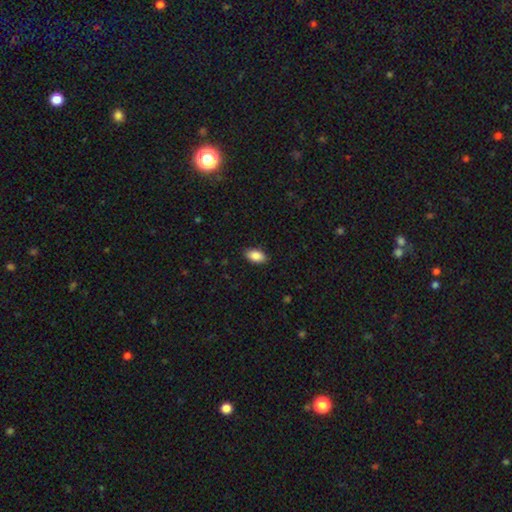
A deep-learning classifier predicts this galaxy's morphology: smooth-or-featured: smooth: 89% | star or artifact: 7% | featured or disk: 4%
  how-rounded: in between: 94% | round: 4% | cigar-shaped: 2%
  merging: none: 89% | minor disturbance: 8% | major disturbance: 2% | merger: 1%